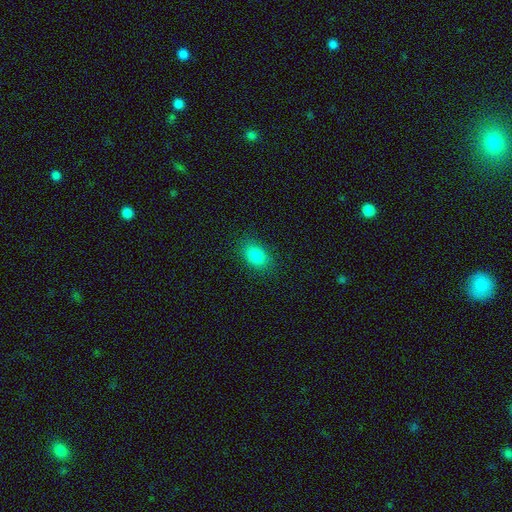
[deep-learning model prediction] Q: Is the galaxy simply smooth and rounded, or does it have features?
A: smooth — 84%.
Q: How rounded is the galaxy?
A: in between — 82%.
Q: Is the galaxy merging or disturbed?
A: none — 86%.